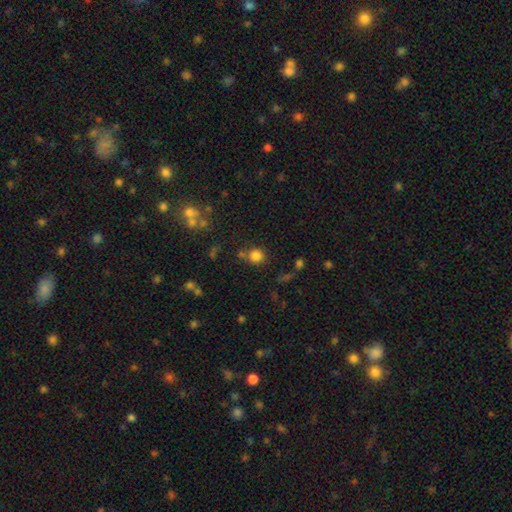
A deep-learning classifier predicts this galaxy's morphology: smooth 81%, star or artifact 13%, featured or disk 6%. Down the decision tree: how rounded — round (90%); merging — none (74%).